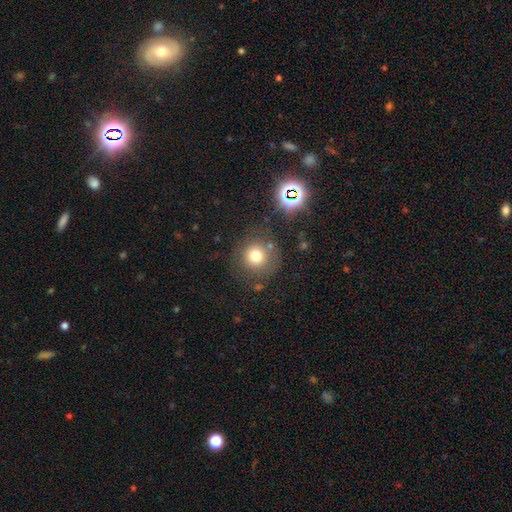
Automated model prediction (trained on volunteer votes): Smooth or featured?
  - smooth: 74% *
  - star or artifact: 15%
  - featured or disk: 11%
How rounded?
  - round: 94% *
  - in between: 5%
  - cigar-shaped: 1%
Merging?
  - none: 78% *
  - minor disturbance: 11%
  - major disturbance: 6%
  - merger: 6%